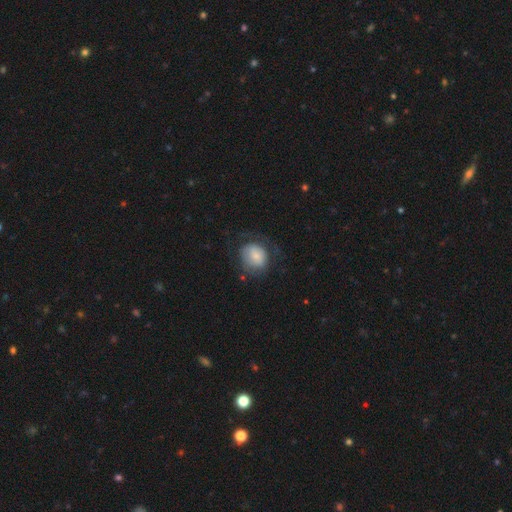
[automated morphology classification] Smooth or featured? smooth (66%)
How rounded? round (62%)
Merging? none (50%)